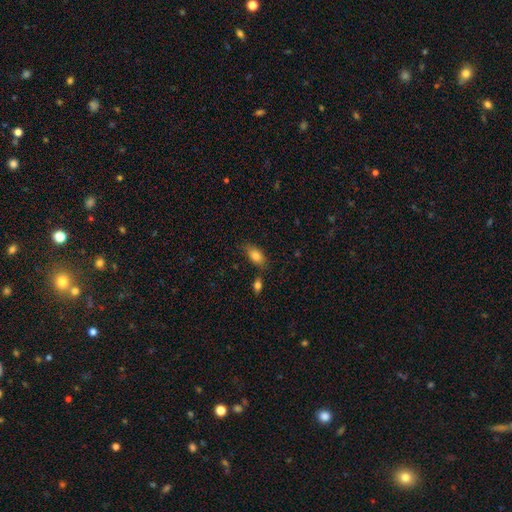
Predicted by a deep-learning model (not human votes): Smooth or featured?
  - smooth: 83% *
  - featured or disk: 10%
  - star or artifact: 8%
How rounded?
  - in between: 89% *
  - cigar-shaped: 6%
  - round: 5%
Merging?
  - none: 69% *
  - minor disturbance: 19%
  - merger: 8%
  - major disturbance: 4%